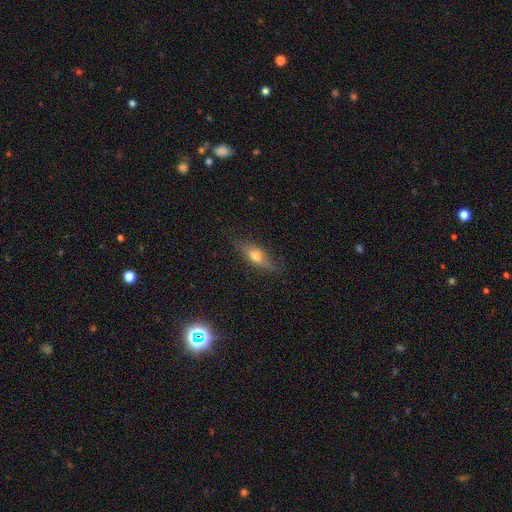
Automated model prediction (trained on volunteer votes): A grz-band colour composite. It shows a smooth galaxy with no disk features (54%) that is in between round and cigar-shaped (56%). Merging: none (78%).